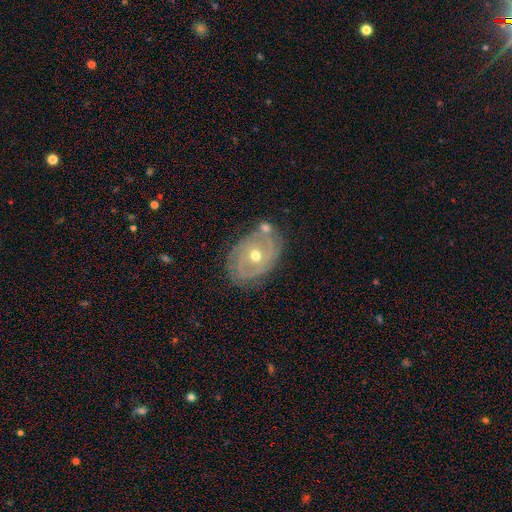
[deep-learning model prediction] Q: Smooth or featured?
A: featured or disk (79%); runner-up: smooth (14%)
Q: Edge-on disk?
A: no (95%); runner-up: yes (5%)
Q: Bar?
A: no (74%); runner-up: weak (20%)
Q: Spiral arms?
A: yes (80%); runner-up: no (20%)
Q: Spiral winding?
A: tight (67%); runner-up: medium (25%)
Q: Spiral arm count?
A: 2 (40%); runner-up: can't tell (33%)
Q: Bulge size?
A: moderate (70%); runner-up: small (26%)
Q: Merging?
A: none (63%); runner-up: minor disturbance (21%)